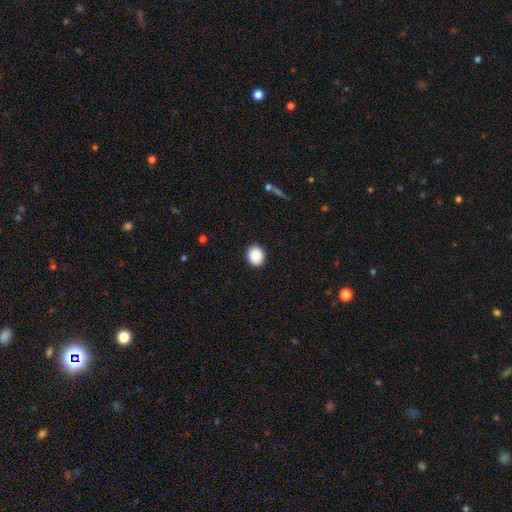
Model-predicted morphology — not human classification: smooth 89%, star or artifact 8%, featured or disk 3%. Down the decision tree: how rounded — round (56%); merging — none (91%).